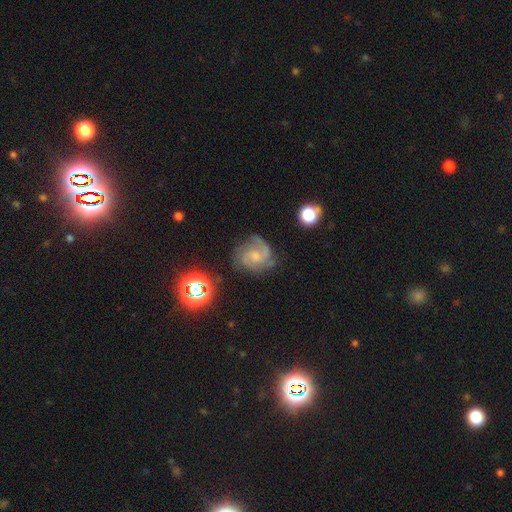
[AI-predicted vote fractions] Smooth or featured? featured or disk (80%)
Edge-on disk? no (98%)
Bar? no (56%)
Spiral arms? yes (96%)
Spiral winding? medium (50%)
Spiral arm count? 2 (59%)
Bulge size? small (44%)
Merging? none (65%)